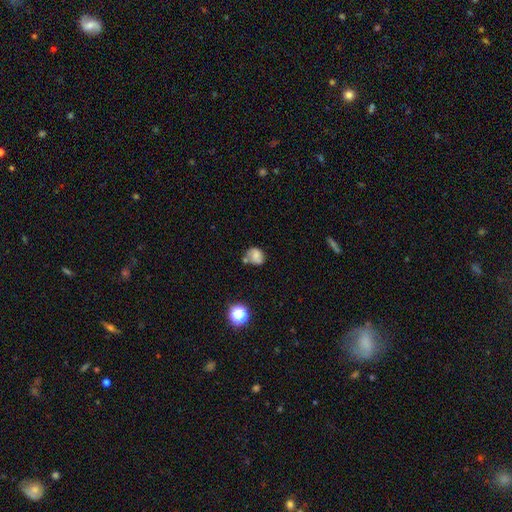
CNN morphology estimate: The model was most divided on "merging": none: 46%, minor disturbance: 25%, merger: 19%, major disturbance: 9%. More confident: smooth or featured — smooth (63%); how rounded — round (61%).